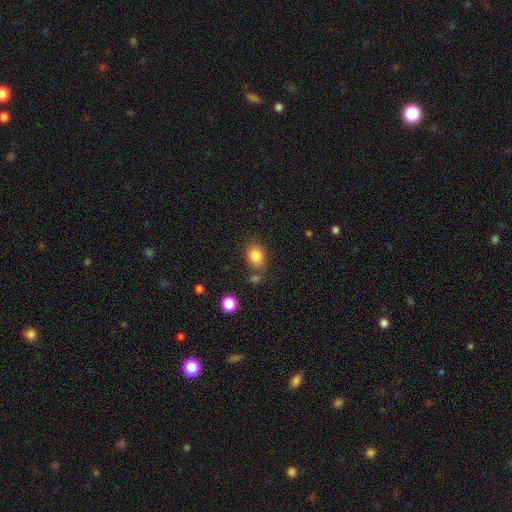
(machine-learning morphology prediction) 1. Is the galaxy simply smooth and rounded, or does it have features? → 83% smooth, 10% star or artifact, 6% featured or disk.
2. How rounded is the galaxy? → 62% in between, 37% round, 1% cigar-shaped.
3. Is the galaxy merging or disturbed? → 69% none, 15% minor disturbance, 11% merger, 5% major disturbance.